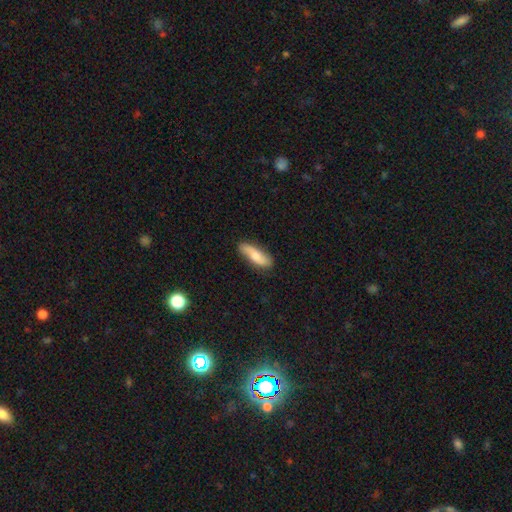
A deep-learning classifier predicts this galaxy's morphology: smooth_or_featured: smooth (p=0.64) [alt: featured or disk p=0.30]
how_rounded: in between (p=0.50) [alt: cigar-shaped p=0.47]
merging: none (p=0.78) [alt: minor disturbance p=0.17]